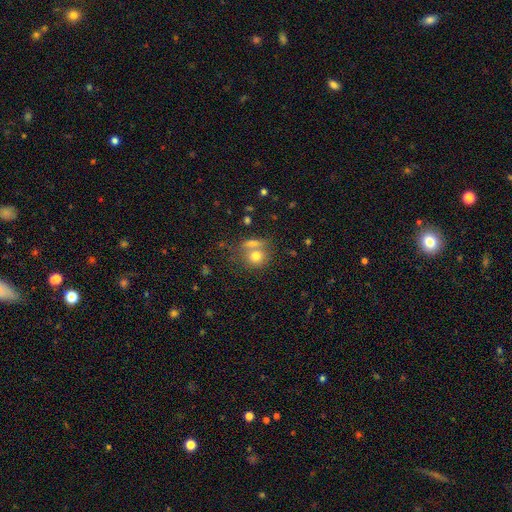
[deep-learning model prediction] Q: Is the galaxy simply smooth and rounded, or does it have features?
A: smooth — 75%.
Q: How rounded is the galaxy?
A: round — 72%.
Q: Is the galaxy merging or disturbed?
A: merger — 44%.